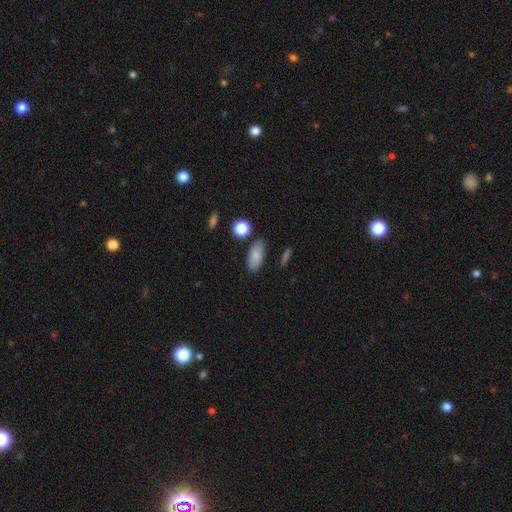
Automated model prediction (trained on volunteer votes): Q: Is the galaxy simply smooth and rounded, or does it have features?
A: smooth — 85%.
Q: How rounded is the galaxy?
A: in between — 86%.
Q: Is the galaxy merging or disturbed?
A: none — 82%.